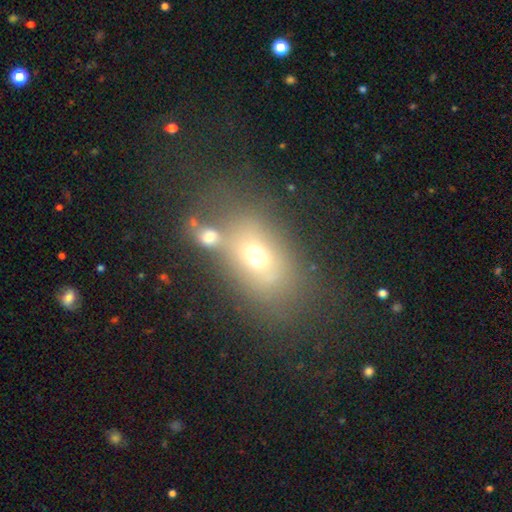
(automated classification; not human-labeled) Overall: smooth (63%). How rounded: in between (70%). Merging: merger (39%; none 36%).